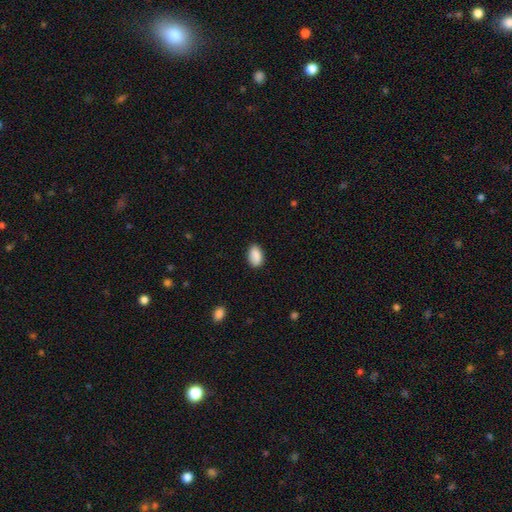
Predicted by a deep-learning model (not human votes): Morphology: type=smooth (89%); roundness=in between (91%); merging=none (85%).